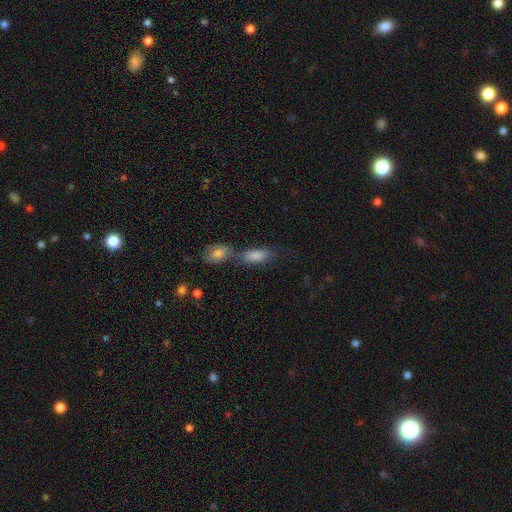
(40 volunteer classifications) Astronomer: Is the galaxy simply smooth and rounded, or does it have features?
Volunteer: smooth — 88%.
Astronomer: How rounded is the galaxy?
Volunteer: in between — 86%.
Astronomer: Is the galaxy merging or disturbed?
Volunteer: none — 53%.